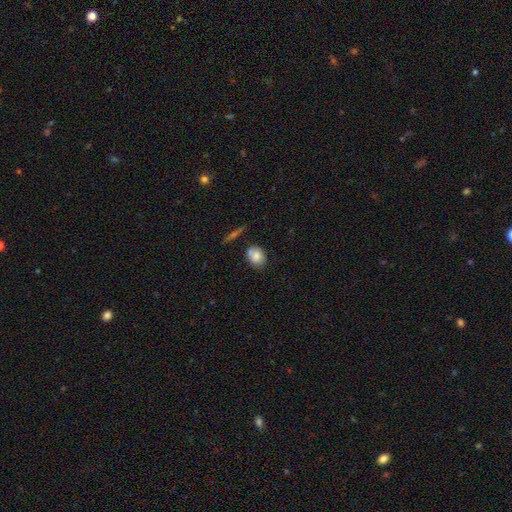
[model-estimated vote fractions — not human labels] Q: Smooth or featured?
A: smooth (79%); runner-up: featured or disk (13%)
Q: How rounded?
A: in between (51%); runner-up: round (47%)
Q: Merging?
A: none (68%); runner-up: minor disturbance (19%)